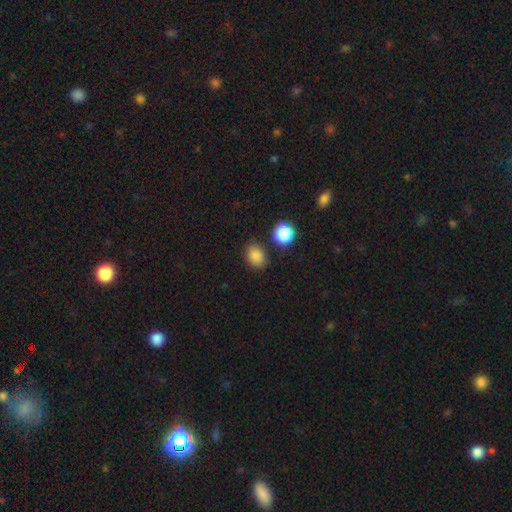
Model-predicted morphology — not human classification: Q: Smooth or featured?
A: smooth (84%); runner-up: star or artifact (11%)
Q: How rounded?
A: in between (62%); runner-up: round (36%)
Q: Merging?
A: none (79%); runner-up: minor disturbance (12%)